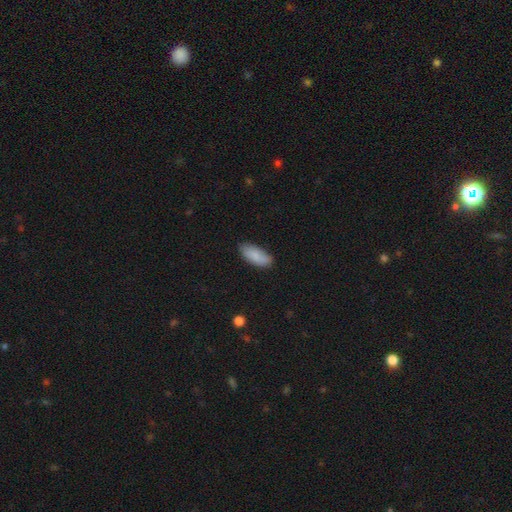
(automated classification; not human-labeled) A smooth galaxy with no disk features (87%) that is in between round and cigar-shaped (86%). Merging: none (79%).